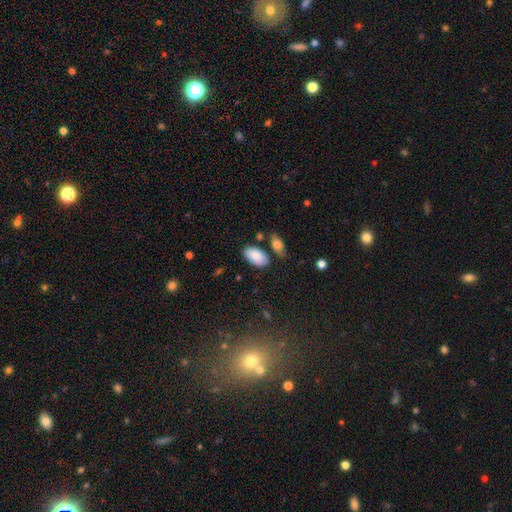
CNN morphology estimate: smooth-or-featured: smooth: 84% | featured or disk: 10% | star or artifact: 7%
  how-rounded: in between: 95% | round: 4% | cigar-shaped: 2%
  merging: none: 74% | minor disturbance: 14% | merger: 8% | major disturbance: 4%